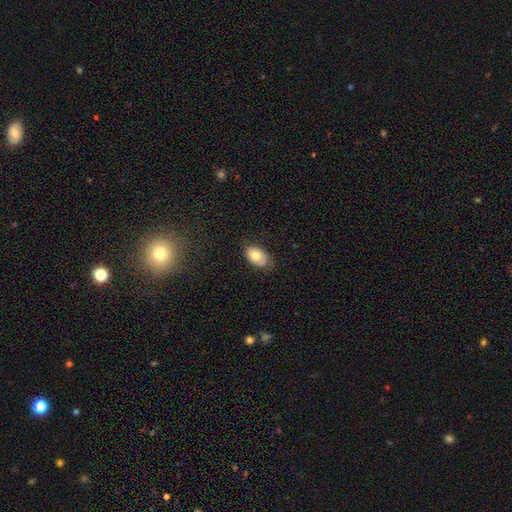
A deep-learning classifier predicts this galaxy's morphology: Smooth or featured? smooth (73%)
How rounded? in between (91%)
Merging? none (78%)